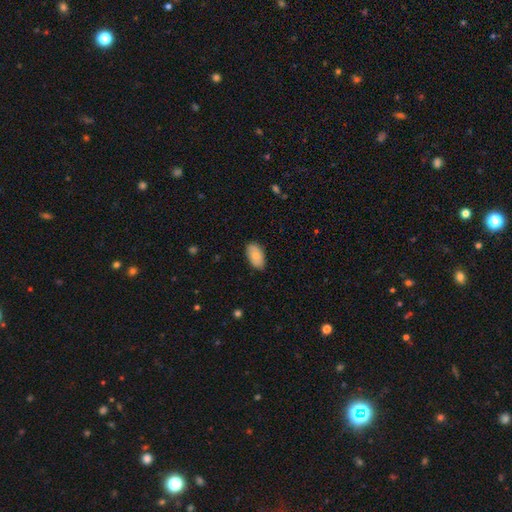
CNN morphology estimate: This is clearly a smooth galaxy (84%). How rounded: clearly in between (95%). Merging: clearly none (85%).